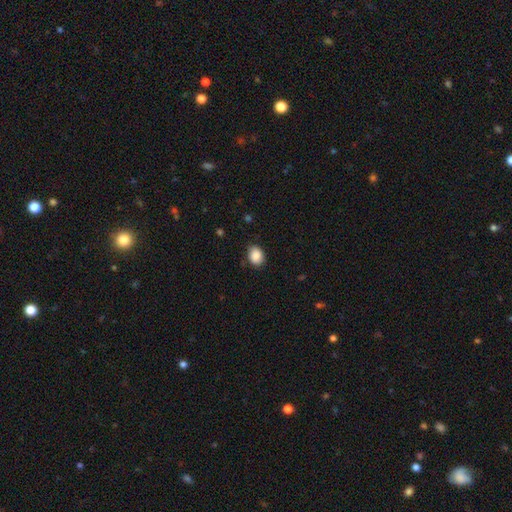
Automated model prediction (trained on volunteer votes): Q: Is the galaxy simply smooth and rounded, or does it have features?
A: smooth — 88%.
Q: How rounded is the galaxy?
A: in between — 63%.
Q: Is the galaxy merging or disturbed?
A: none — 81%.